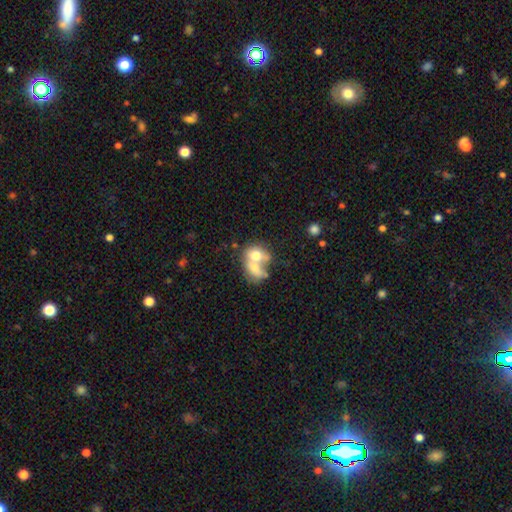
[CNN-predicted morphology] Overall: smooth (65%; featured or disk 27%). How rounded: in between (59%; round 39%). Merging: merger (75%).